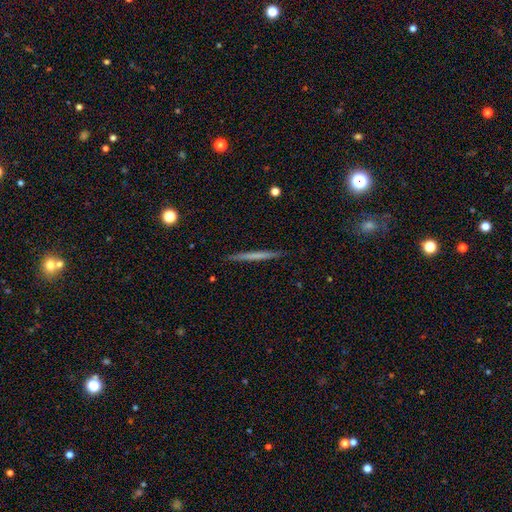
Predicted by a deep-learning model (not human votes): This is possibly a smooth galaxy (55%). How rounded: clearly cigar-shaped (97%). Merging: clearly none (91%).